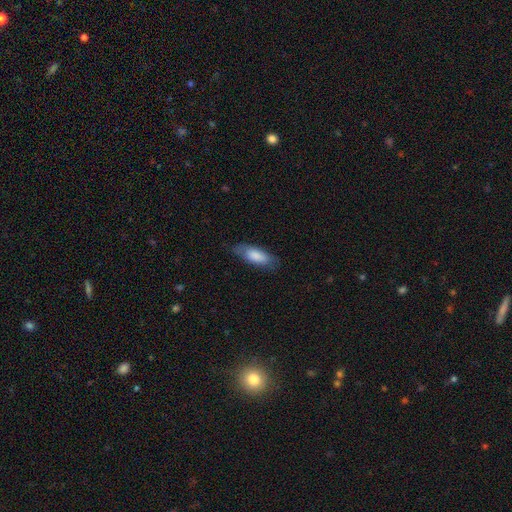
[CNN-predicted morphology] Overall: smooth (80%). How rounded: in between (72%). Merging: none (75%).